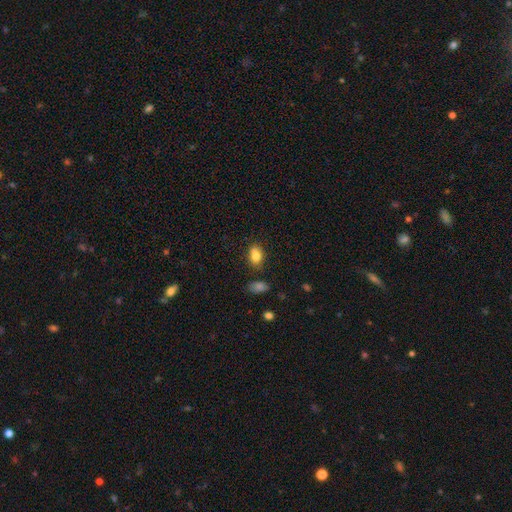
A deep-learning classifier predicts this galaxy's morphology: This is clearly a smooth galaxy (80%). How rounded: likely in between (77%). Merging: likely none (67%).